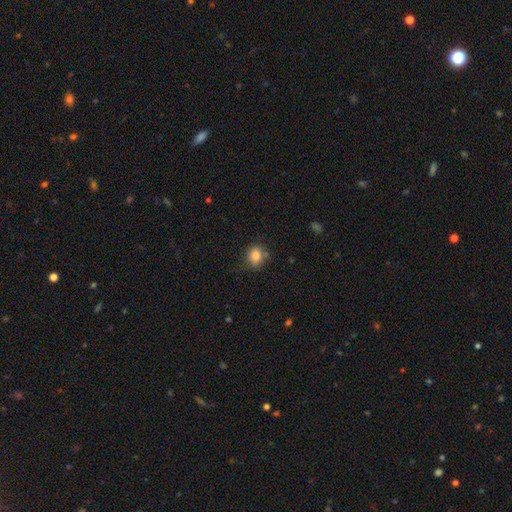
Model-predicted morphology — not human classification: smooth-or-featured: smooth: 82% | star or artifact: 10% | featured or disk: 7%
  how-rounded: round: 66% | in between: 33% | cigar-shaped: 1%
  merging: none: 73% | minor disturbance: 17% | merger: 6% | major disturbance: 4%